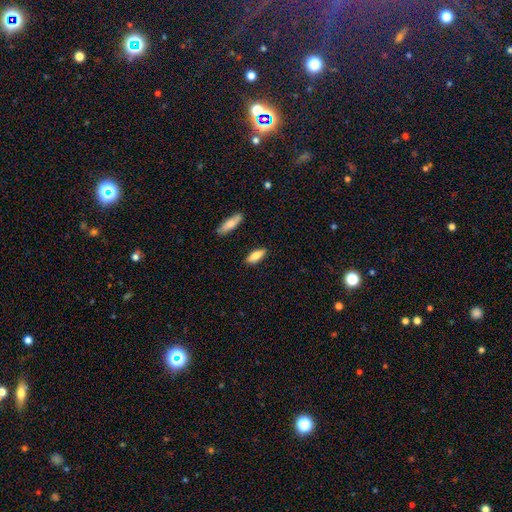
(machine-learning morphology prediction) A smooth galaxy with no disk features (79%) that is in between round and cigar-shaped (64%).

Vote fractions:
- Smooth or featured? smooth: 79% / featured or disk: 15% / star or artifact: 6%
- How rounded? in between: 64% / cigar-shaped: 34% / round: 2%
- Merging? none: 86% / minor disturbance: 10% / major disturbance: 2% / merger: 2%